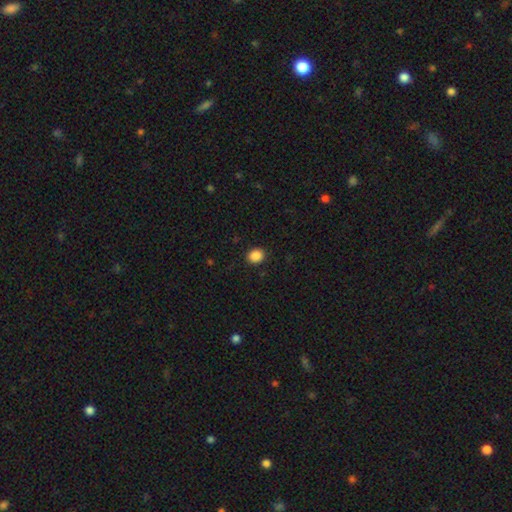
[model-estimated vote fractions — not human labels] Overall: smooth (88%). How rounded: round (69%; in between 30%). Merging: none (91%).